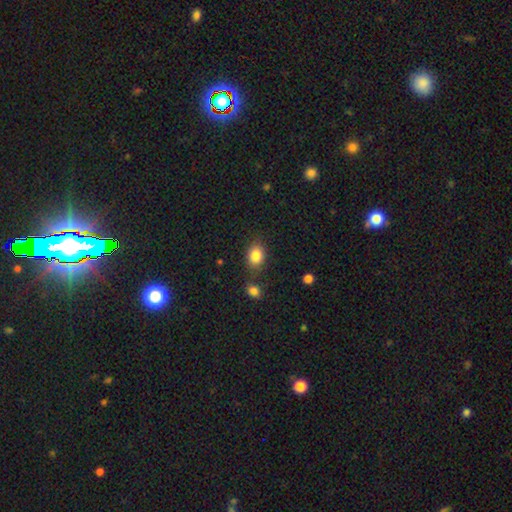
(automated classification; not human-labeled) Q: Smooth or featured?
A: smooth (85%); runner-up: star or artifact (9%)
Q: How rounded?
A: in between (63%); runner-up: round (36%)
Q: Merging?
A: none (76%); runner-up: minor disturbance (13%)